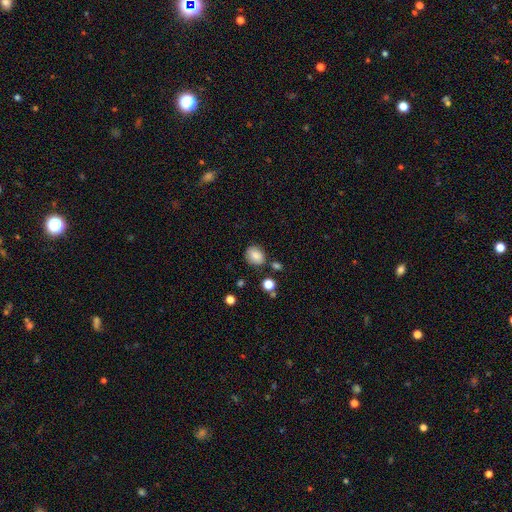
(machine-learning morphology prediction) Q: Smooth or featured?
A: smooth (83%); runner-up: star or artifact (10%)
Q: How rounded?
A: round (52%); runner-up: in between (47%)
Q: Merging?
A: none (76%); runner-up: minor disturbance (15%)